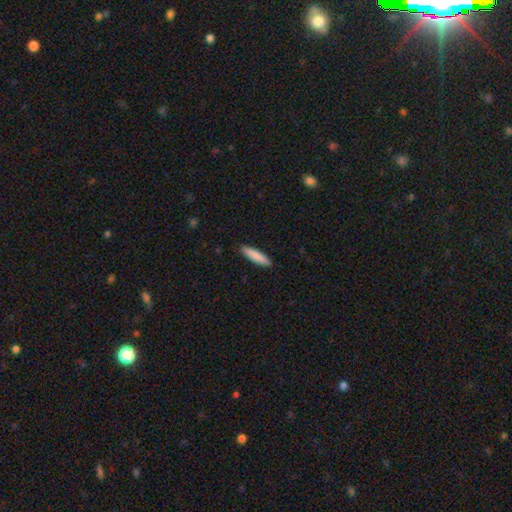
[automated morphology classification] Overall: smooth (85%). How rounded: cigar-shaped (83%). Merging: none (90%).